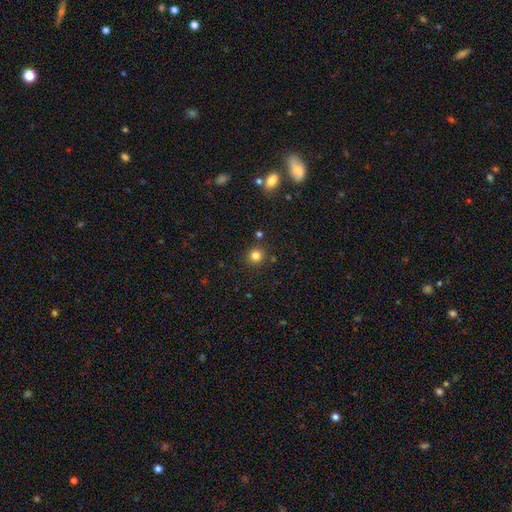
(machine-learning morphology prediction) Smooth or featured? Predicted: smooth (p=0.82). How rounded? Predicted: round (p=0.93). Merging? Predicted: none (p=0.87).